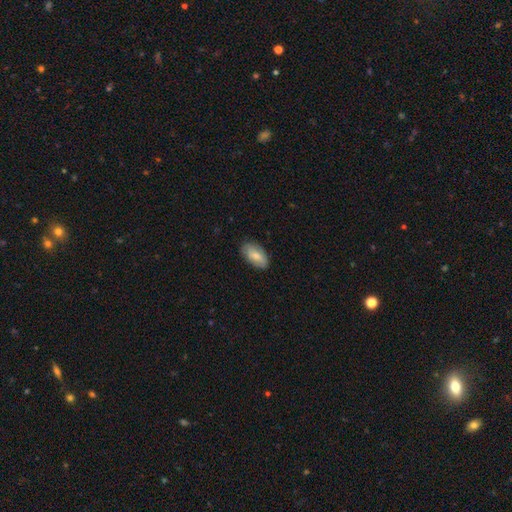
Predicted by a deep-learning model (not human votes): Smooth or featured? smooth (77%)
How rounded? in between (94%)
Merging? none (81%)